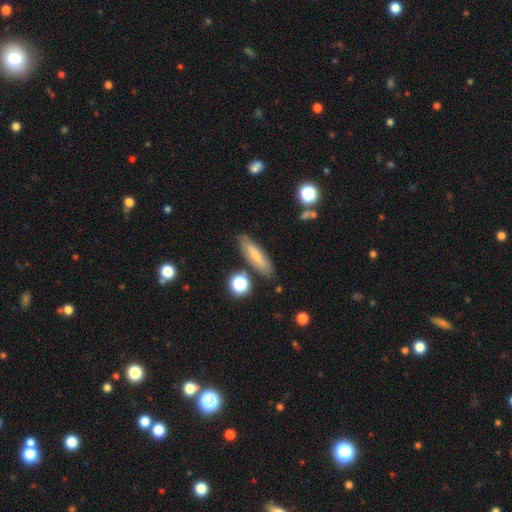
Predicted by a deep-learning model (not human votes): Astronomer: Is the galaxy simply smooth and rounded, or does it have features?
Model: smooth — 64%.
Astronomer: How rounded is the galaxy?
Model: cigar-shaped — 68%.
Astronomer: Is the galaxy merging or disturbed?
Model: none — 82%.